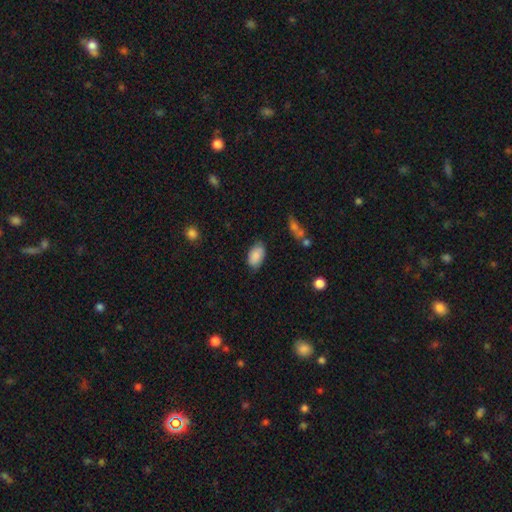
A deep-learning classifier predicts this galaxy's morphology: Smooth or featured? Predicted: smooth (p=0.87). How rounded? Predicted: in between (p=0.93). Merging? Predicted: none (p=0.76).